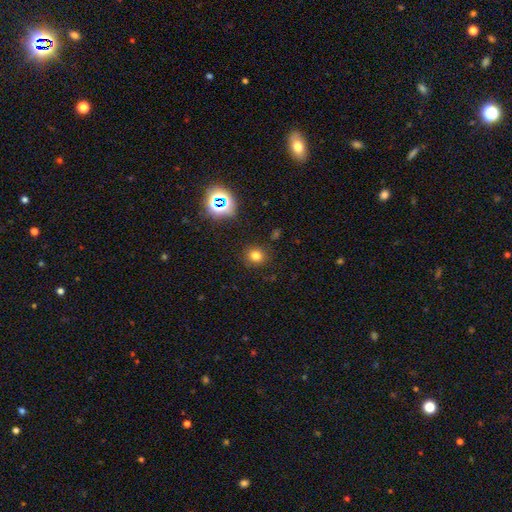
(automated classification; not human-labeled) Smooth or featured: smooth — 74% (star or artifact — 19%)
How rounded: round — 84% (in between — 15%)
Merging: none — 88% (minor disturbance — 8%)